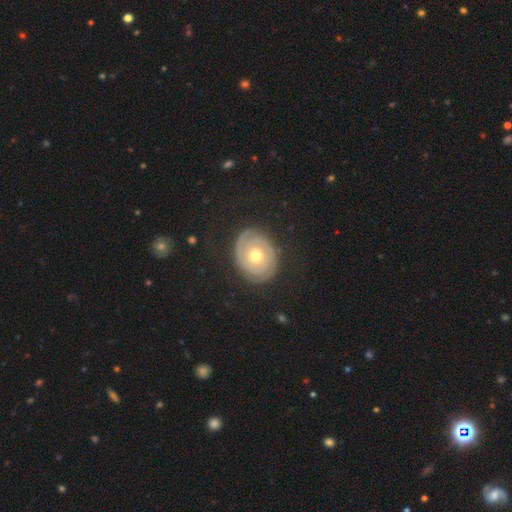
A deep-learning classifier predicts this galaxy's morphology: This is likely a featured or disk galaxy (77%). It is clearly not viewed edge-on (97%). Bar: clearly no (83%). Spiral arm pattern: clearly yes (85%). Spiral arm count: possibly 2 (56%). Spiral winding: clearly tight (81%). Central bulge: likely moderate (71%). Merging: clearly none (83%).